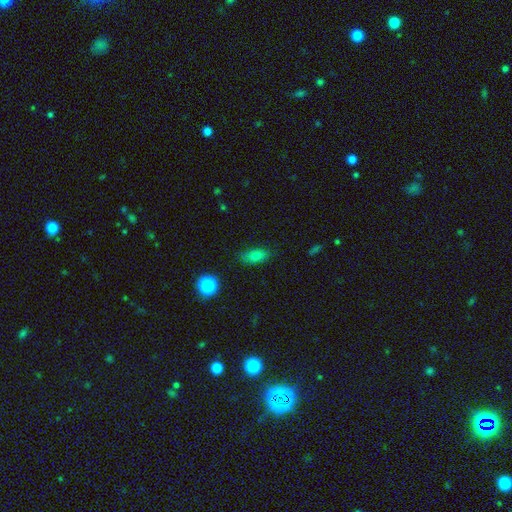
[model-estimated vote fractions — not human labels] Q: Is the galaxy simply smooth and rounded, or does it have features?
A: smooth — 81%.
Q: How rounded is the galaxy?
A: in between — 83%.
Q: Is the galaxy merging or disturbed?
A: none — 80%.